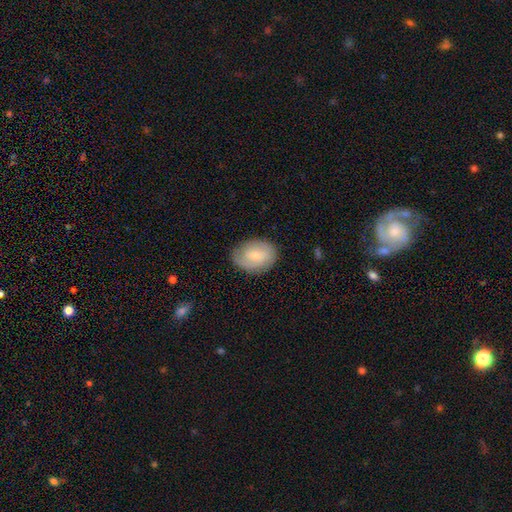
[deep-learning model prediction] smooth 47%, featured or disk 46%, star or artifact 6%. Down the decision tree: merging — none (78%).